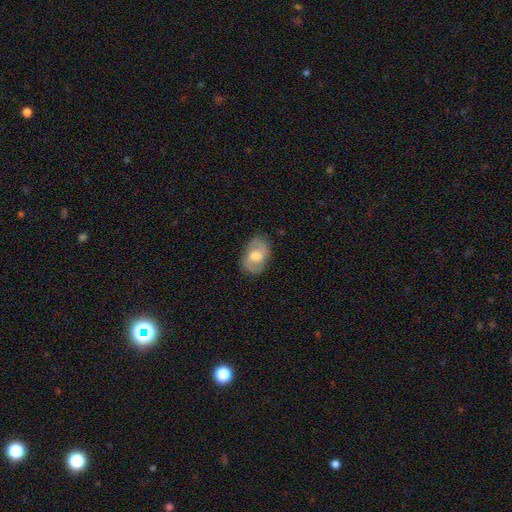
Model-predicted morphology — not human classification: featured or disk 63%, smooth 30%, star or artifact 7%. Down the decision tree: edge-on disk — no (95%); bar — weak (46%); spiral arms — yes (83%); spiral arm count — 2 (87%); spiral winding — medium (51%); bulge size — moderate (51%); merging — none (81%).